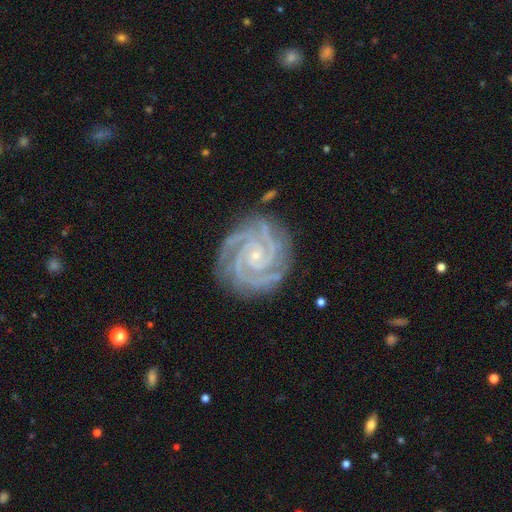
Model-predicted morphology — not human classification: Smooth or featured? Predicted: featured or disk (p=0.93). Edge-on disk? Predicted: no (p=0.98). Bar? Predicted: no (p=0.69). Spiral arms? Predicted: yes (p=0.99). Spiral winding? Predicted: tight (p=0.83). Spiral arm count? Predicted: 3 (p=0.39). Bulge size? Predicted: small (p=0.86). Merging? Predicted: none (p=0.81).